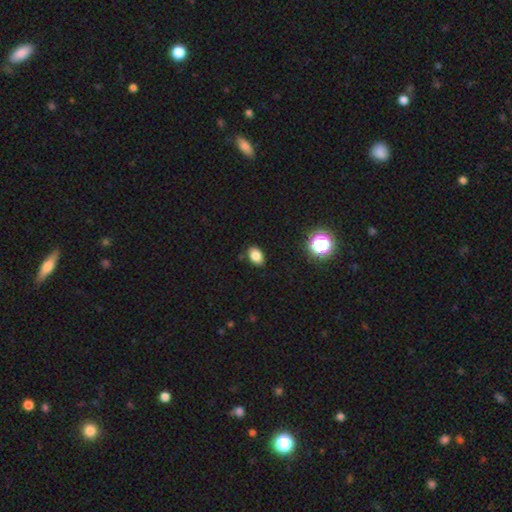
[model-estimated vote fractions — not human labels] smooth_or_featured: smooth (p=0.83) [alt: star or artifact p=0.12]
how_rounded: in between (p=0.83) [alt: round p=0.16]
merging: none (p=0.86) [alt: minor disturbance p=0.10]